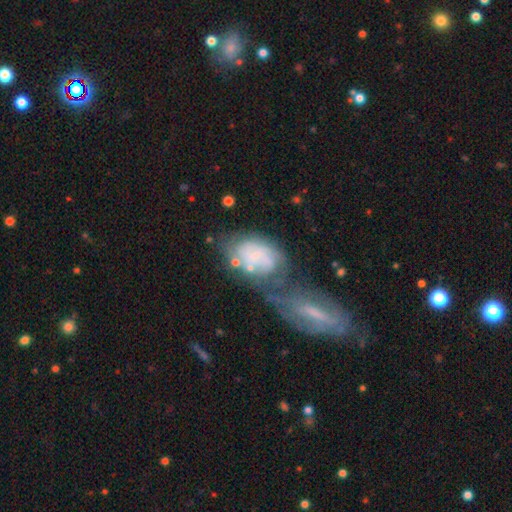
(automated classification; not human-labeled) Morphology: type=featured or disk (54%); edge-on=no (96%); bar=no (69%); spiral arms=yes (64%); bulge=none (43%); merging=merger (41%).